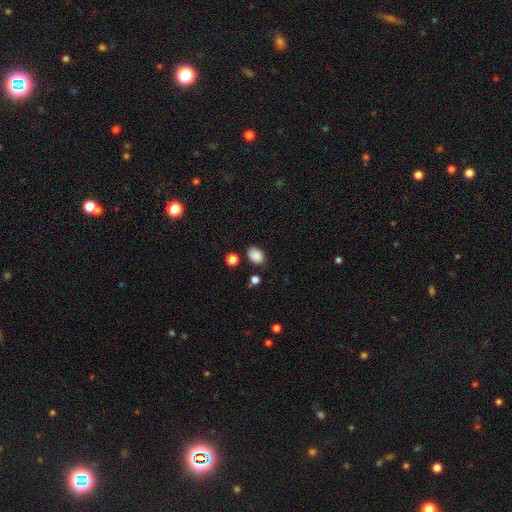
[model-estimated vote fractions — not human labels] Morphology: type=smooth (87%); roundness=in between (77%); merging=none (80%).